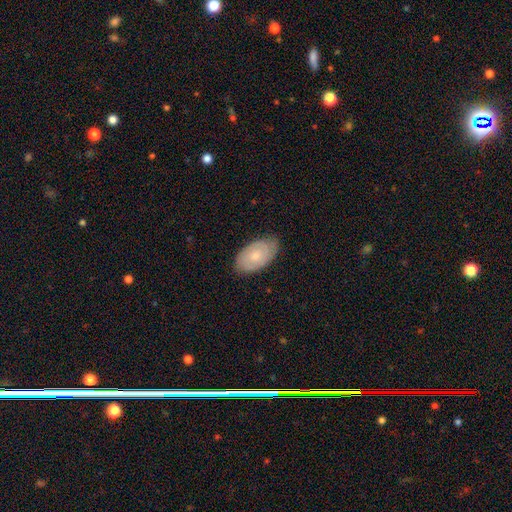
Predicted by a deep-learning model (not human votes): This is possibly a featured or disk galaxy (52%). It is clearly not viewed edge-on (94%). Merging: likely none (77%).